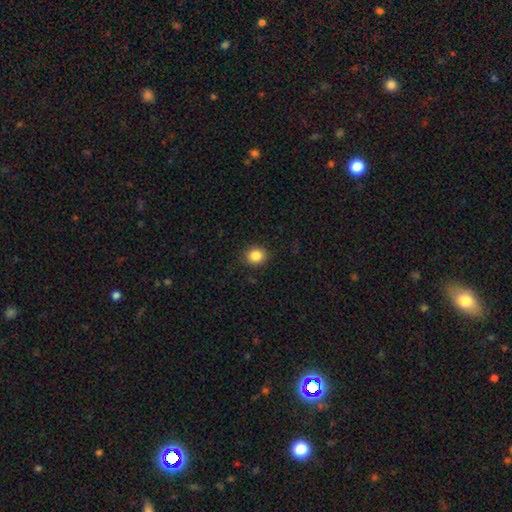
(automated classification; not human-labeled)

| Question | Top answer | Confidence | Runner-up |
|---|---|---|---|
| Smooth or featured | smooth | 86% | star or artifact (10%) |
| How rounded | round | 81% | in between (18%) |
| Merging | none | 89% | minor disturbance (7%) |